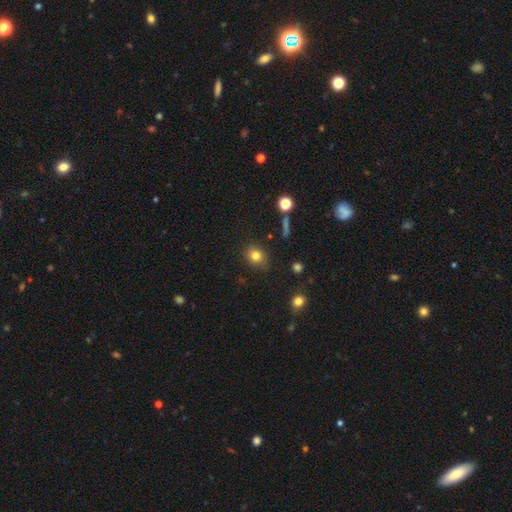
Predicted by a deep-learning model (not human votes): A smooth galaxy with no disk features (80%) that is round (76%).

Vote fractions:
- Smooth or featured? smooth: 80% / star or artifact: 12% / featured or disk: 7%
- How rounded? round: 76% / in between: 23% / cigar-shaped: 1%
- Merging? none: 83% / minor disturbance: 12% / major disturbance: 3% / merger: 2%